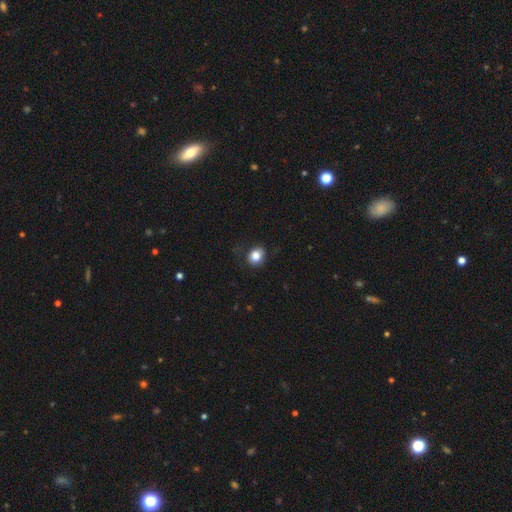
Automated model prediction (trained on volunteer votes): Morphology: type=smooth (84%); roundness=round (64%); merging=none (79%).